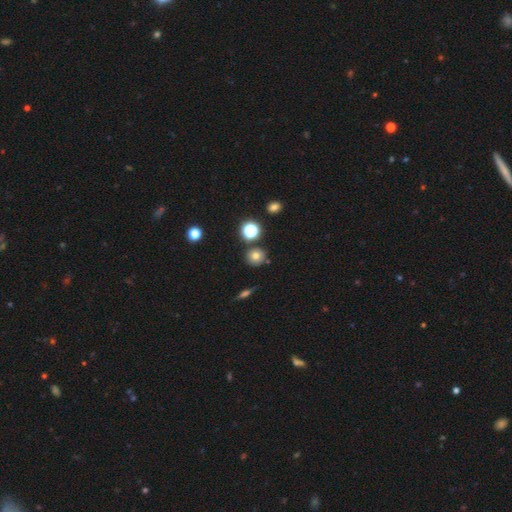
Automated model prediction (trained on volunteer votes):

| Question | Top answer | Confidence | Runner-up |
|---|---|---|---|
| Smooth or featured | smooth | 71% | star or artifact (18%) |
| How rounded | round | 88% | in between (11%) |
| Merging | none | 81% | minor disturbance (9%) |